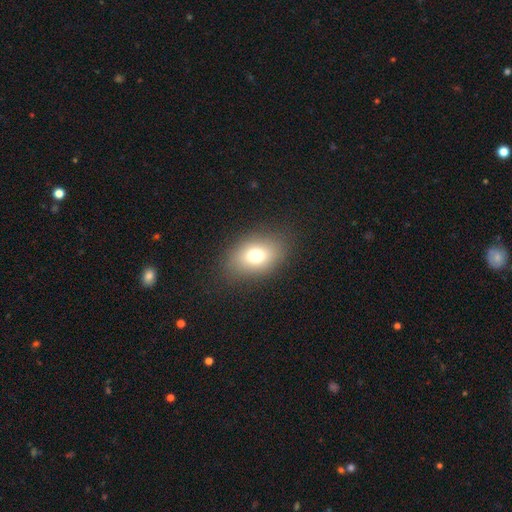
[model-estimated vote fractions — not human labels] A smooth galaxy with no disk features (73%) that is in between round and cigar-shaped (75%). Merging: none (85%).